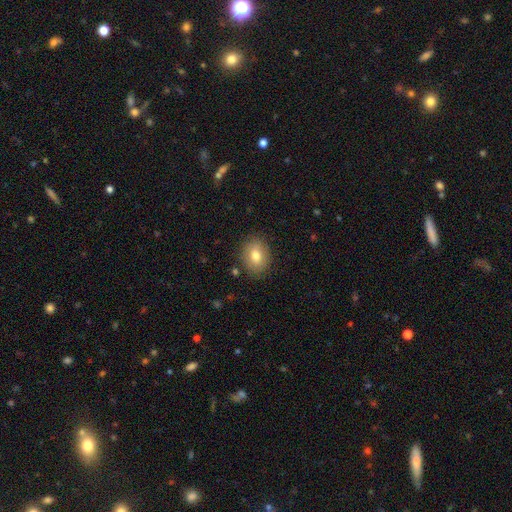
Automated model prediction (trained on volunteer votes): Morphology: type=smooth (77%); roundness=in between (62%); merging=none (85%).